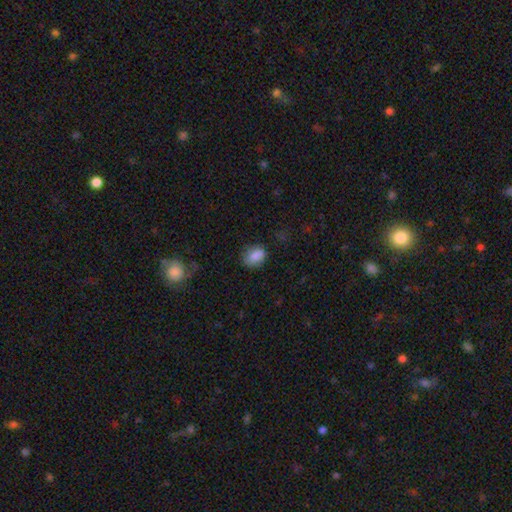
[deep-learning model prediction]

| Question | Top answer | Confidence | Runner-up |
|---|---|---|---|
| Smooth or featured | smooth | 84% | star or artifact (9%) |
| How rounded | in between | 63% | round (35%) |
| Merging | none | 73% | minor disturbance (20%) |